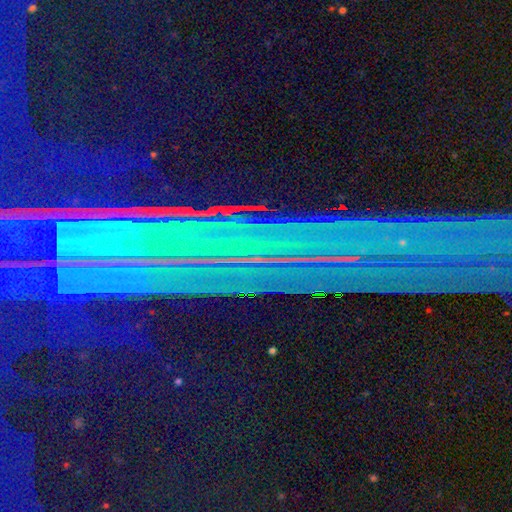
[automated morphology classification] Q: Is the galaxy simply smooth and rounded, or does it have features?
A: star or artifact — 84%.